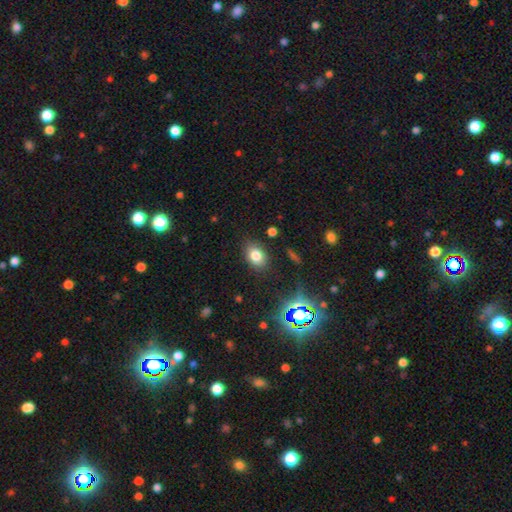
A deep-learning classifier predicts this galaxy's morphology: smooth_or_featured: smooth (p=0.78) [alt: star or artifact p=0.14]
how_rounded: in between (p=0.74) [alt: round p=0.25]
merging: none (p=0.83) [alt: minor disturbance p=0.12]